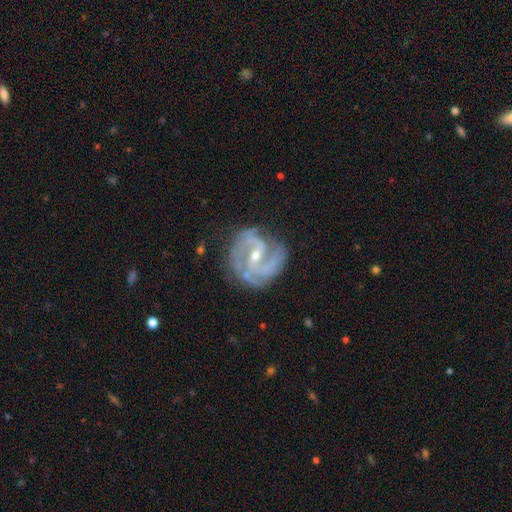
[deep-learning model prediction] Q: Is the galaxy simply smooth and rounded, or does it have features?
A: featured or disk — 90%.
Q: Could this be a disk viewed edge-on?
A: no — 98%.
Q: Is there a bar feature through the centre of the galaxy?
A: weak — 48%.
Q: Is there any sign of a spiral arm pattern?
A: yes — 98%.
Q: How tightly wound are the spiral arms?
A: medium — 51%.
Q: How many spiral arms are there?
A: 2 — 56%.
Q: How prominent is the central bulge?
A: small — 55%.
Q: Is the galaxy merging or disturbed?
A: none — 72%.